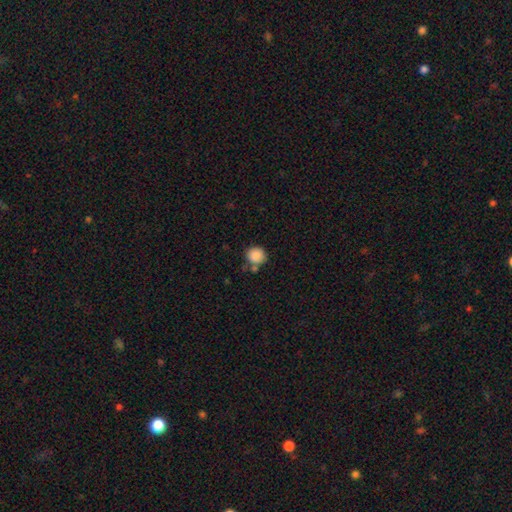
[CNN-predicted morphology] smooth 88%, star or artifact 9%, featured or disk 4%. Down the decision tree: how rounded — round (89%); merging — none (66%).